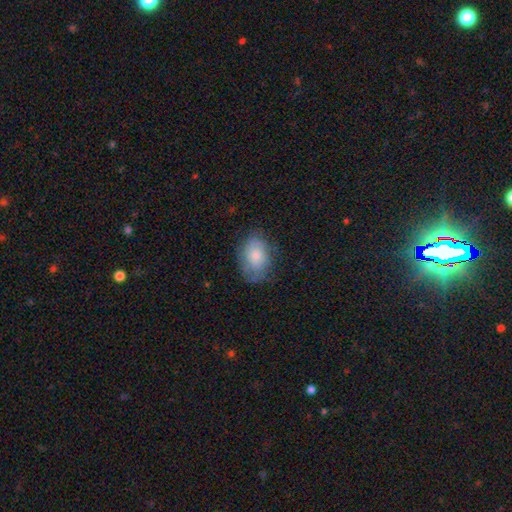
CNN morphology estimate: Smooth or featured? smooth (70%)
How rounded? in between (76%)
Merging? none (66%)